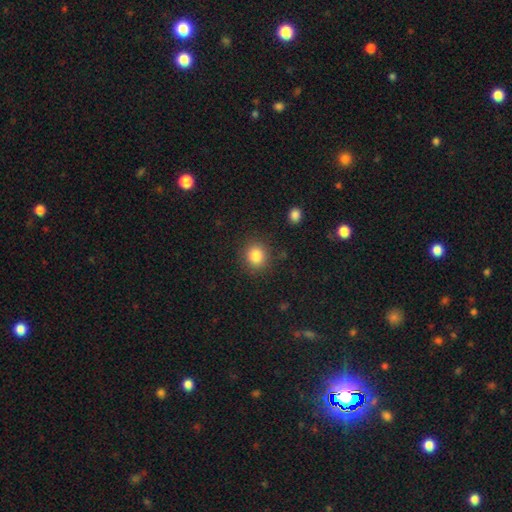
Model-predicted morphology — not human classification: type=smooth (85%); roundness=round (82%); merging=none (87%).